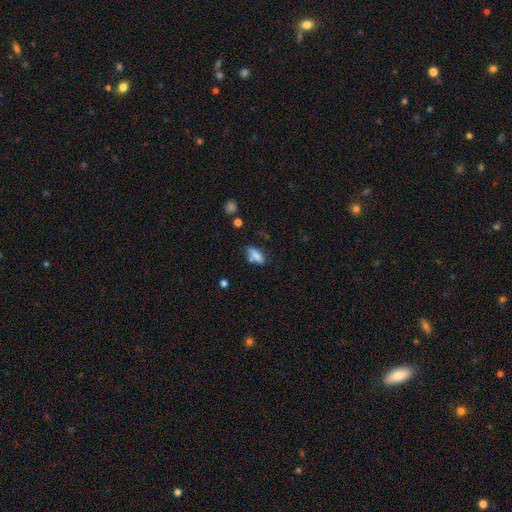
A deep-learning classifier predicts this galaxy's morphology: A smooth galaxy with no disk features (73%) that is in between round and cigar-shaped (71%).

Vote fractions:
- Smooth or featured? smooth: 73% / featured or disk: 17% / star or artifact: 10%
- How rounded? in between: 71% / cigar-shaped: 25% / round: 4%
- Merging? none: 53% / minor disturbance: 20% / merger: 19% / major disturbance: 7%